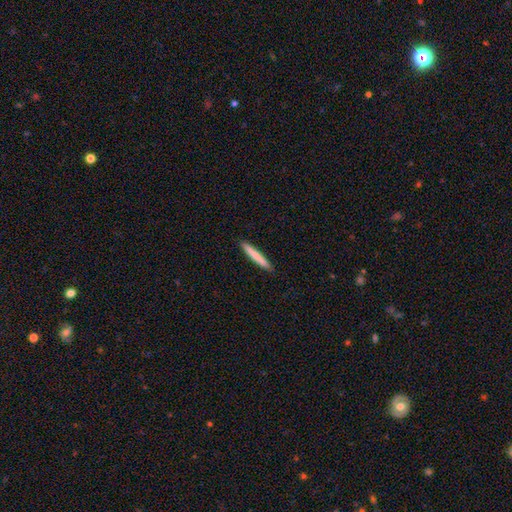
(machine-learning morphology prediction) Smooth or featured? smooth (77%)
How rounded? cigar-shaped (96%)
Merging? none (91%)